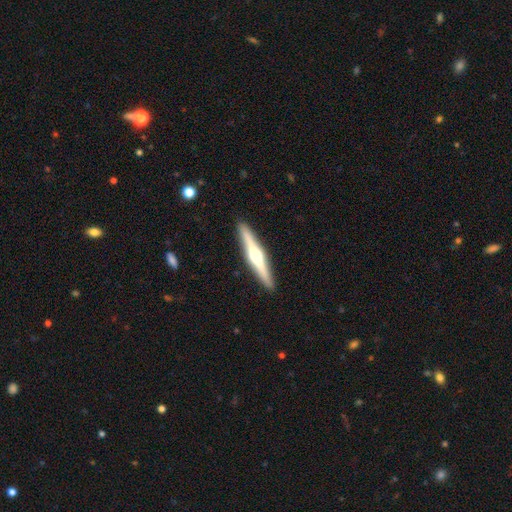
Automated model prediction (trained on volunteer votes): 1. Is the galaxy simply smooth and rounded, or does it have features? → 70% featured or disk, 26% smooth, 5% star or artifact.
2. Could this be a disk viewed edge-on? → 98% yes, 2% no.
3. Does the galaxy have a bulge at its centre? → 92% rounded, 4% boxy, 4% none.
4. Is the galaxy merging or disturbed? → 92% none, 6% minor disturbance, 1% major disturbance, 1% merger.